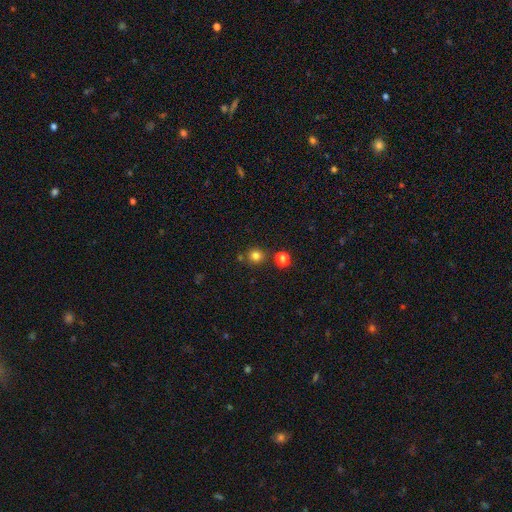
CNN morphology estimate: type=smooth (80%); roundness=round (89%); merging=none (79%).